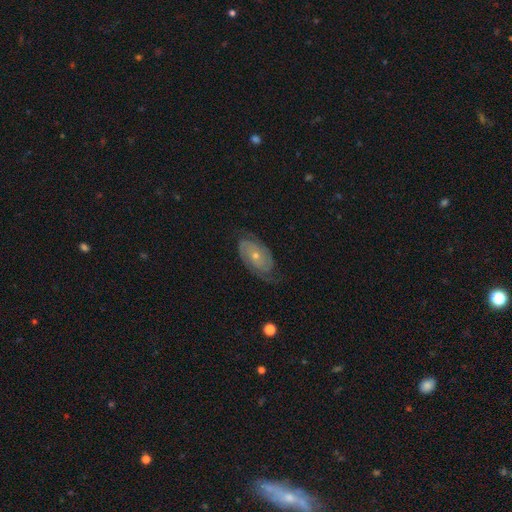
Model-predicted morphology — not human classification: A featured or disk galaxy (82%) with no bar (75%), 2 (77%) tight (57%) spiral arms (94%) and a small central bulge (65%). Merging: none (73%).